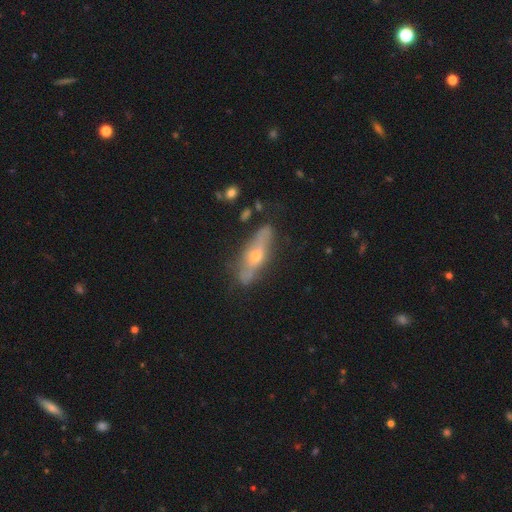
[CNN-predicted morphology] This appears to be a featured or disk galaxy (63%) viewed edge-on (58%). Merging: none (76%).